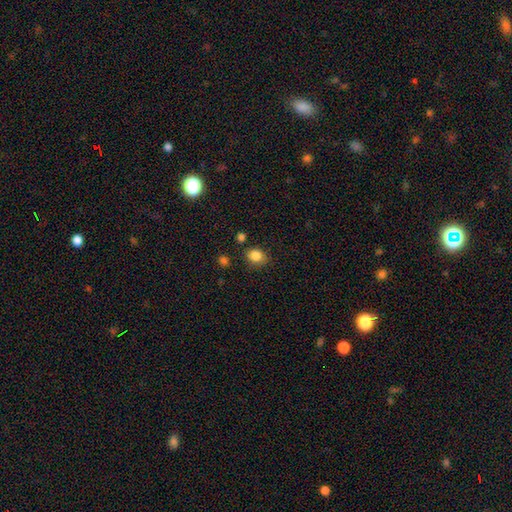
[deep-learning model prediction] Smooth or featured? Predicted: smooth (p=0.84). How rounded? Predicted: round (p=0.59). Merging? Predicted: none (p=0.80).